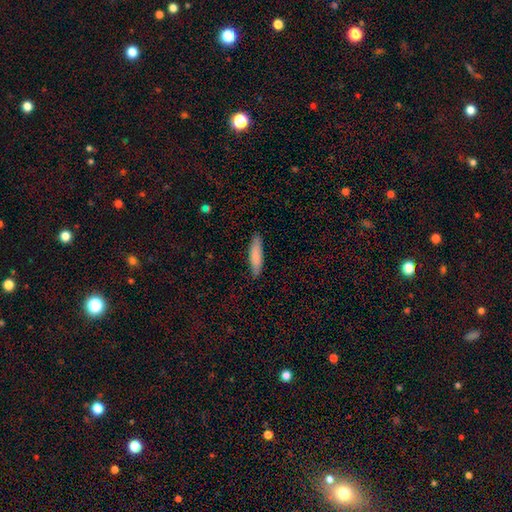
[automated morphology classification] Smooth or featured? smooth (84%)
How rounded? cigar-shaped (74%)
Merging? none (86%)